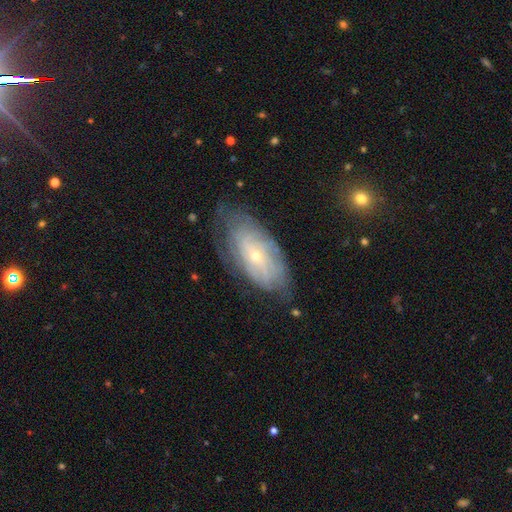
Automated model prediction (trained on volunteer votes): This appears to be a featured or disk galaxy (73%) with no bar (73%), tight (71%) spiral arms (85%) and a small central bulge (74%). Merging: none (68%).